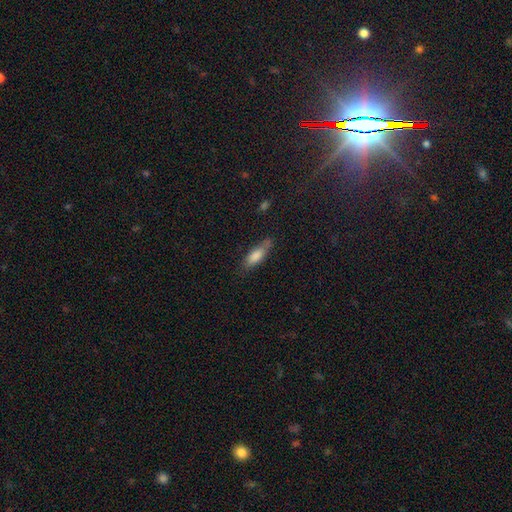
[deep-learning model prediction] Morphology: type=smooth (78%); roundness=in between (55%); merging=none (62%).